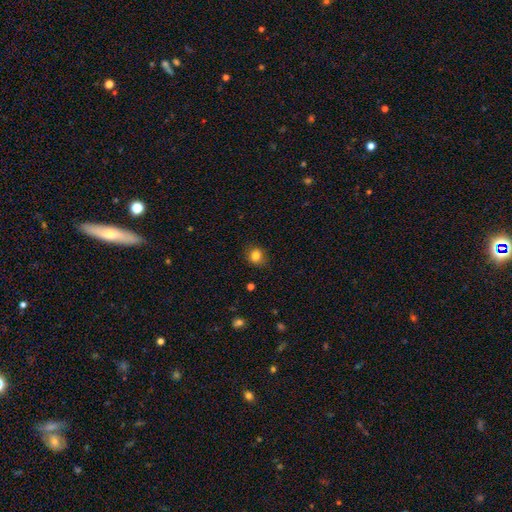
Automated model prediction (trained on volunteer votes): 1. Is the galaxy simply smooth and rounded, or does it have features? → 83% smooth, 12% star or artifact, 6% featured or disk.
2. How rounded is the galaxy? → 77% round, 22% in between, 1% cigar-shaped.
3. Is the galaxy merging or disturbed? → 83% none, 13% minor disturbance, 3% major disturbance, 1% merger.